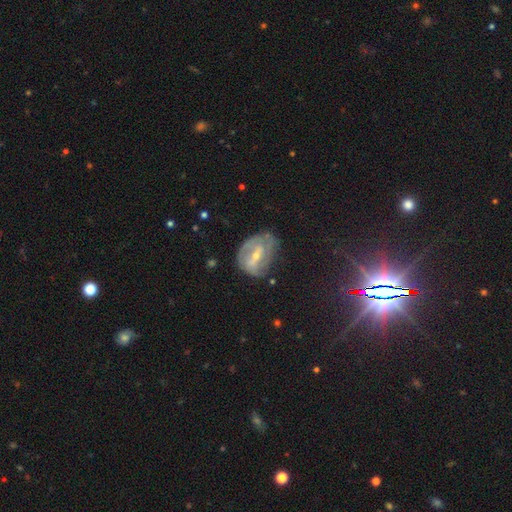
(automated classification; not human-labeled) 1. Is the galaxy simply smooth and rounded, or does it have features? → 69% featured or disk, 18% smooth, 13% star or artifact.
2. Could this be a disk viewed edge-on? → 95% no, 5% yes.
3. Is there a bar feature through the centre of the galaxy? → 45% weak, 32% strong, 23% no.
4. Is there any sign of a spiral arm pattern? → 71% yes, 29% no.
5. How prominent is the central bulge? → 59% small, 37% moderate, 2% none, 1% large, 1% dominant.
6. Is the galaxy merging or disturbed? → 55% none, 28% minor disturbance, 15% major disturbance, 2% merger.